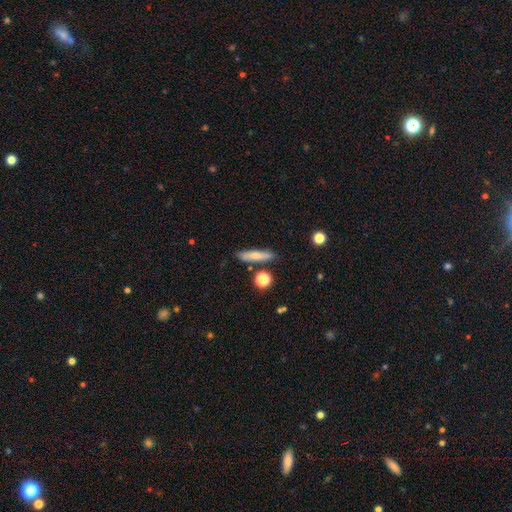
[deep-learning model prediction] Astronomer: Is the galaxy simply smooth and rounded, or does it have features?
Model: smooth — 68%.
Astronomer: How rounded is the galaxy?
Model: cigar-shaped — 78%.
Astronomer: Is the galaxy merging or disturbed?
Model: none — 81%.